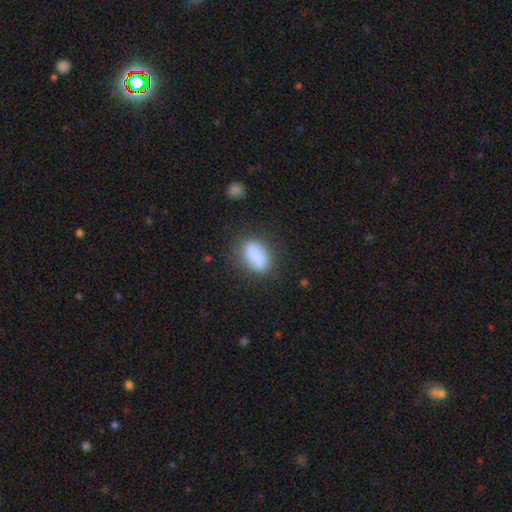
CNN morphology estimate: Smooth or featured: smooth — 83% (featured or disk — 9%)
How rounded: in between — 86% (round — 8%)
Merging: none — 71% (minor disturbance — 18%)